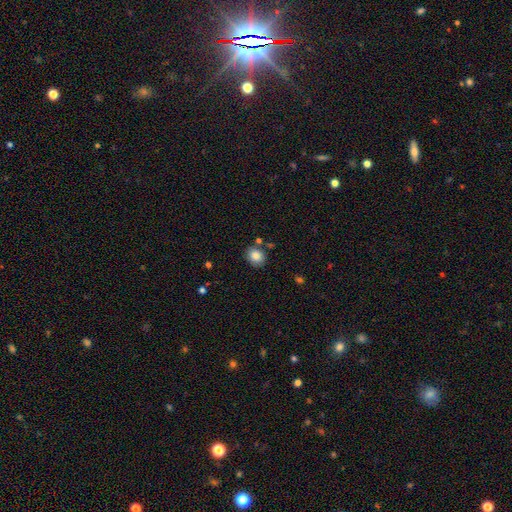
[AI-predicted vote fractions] smooth_or_featured: smooth (p=0.84) [alt: star or artifact p=0.09]
how_rounded: round (p=0.65) [alt: in between p=0.34]
merging: none (p=0.80) [alt: minor disturbance p=0.12]